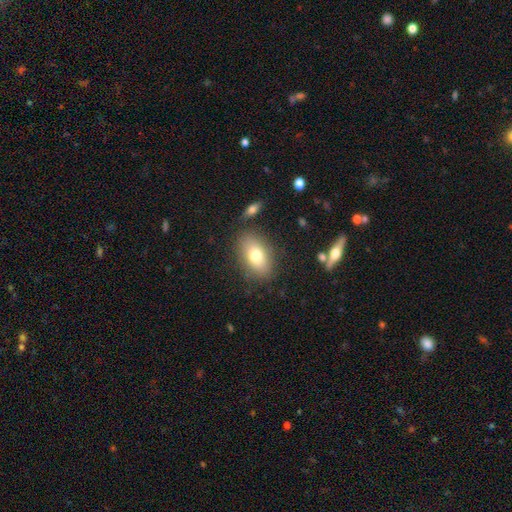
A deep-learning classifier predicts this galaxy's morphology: Smooth or featured? smooth (75%)
How rounded? in between (87%)
Merging? none (80%)